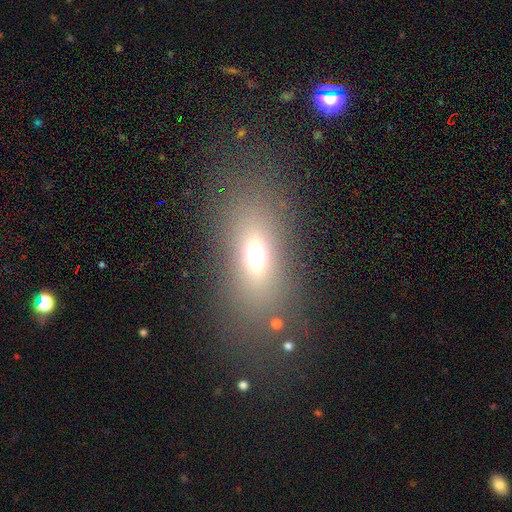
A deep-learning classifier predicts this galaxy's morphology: Q: Smooth or featured?
A: smooth (64%); runner-up: star or artifact (18%)
Q: How rounded?
A: in between (74%); runner-up: cigar-shaped (15%)
Q: Merging?
A: none (79%); runner-up: minor disturbance (10%)